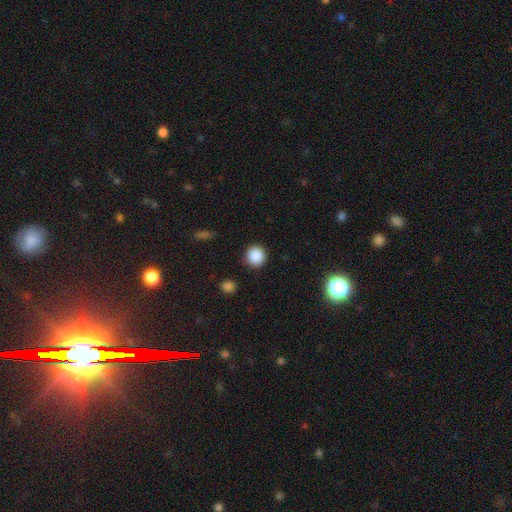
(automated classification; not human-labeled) Q: Smooth or featured?
A: smooth (87%); runner-up: star or artifact (10%)
Q: How rounded?
A: round (94%); runner-up: in between (5%)
Q: Merging?
A: none (91%); runner-up: minor disturbance (6%)